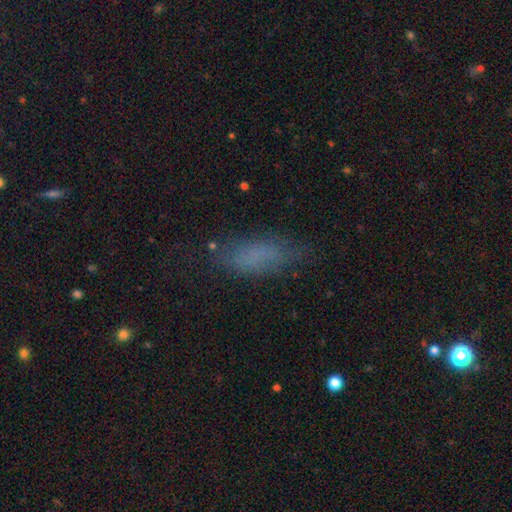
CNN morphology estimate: Overall: smooth (73%). How rounded: in between (67%; cigar-shaped 30%). Merging: none (67%).